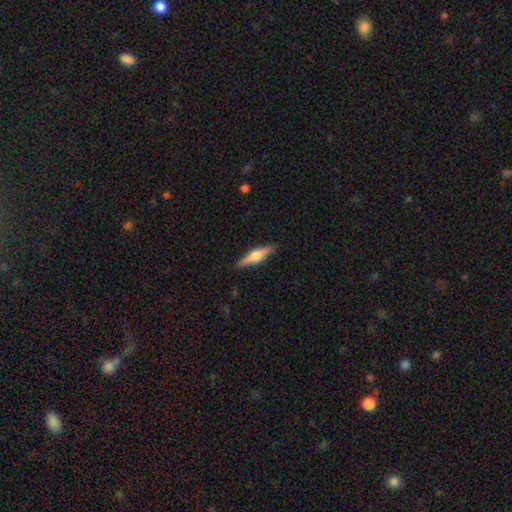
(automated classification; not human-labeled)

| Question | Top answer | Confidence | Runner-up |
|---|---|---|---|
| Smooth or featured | featured or disk | 65% | smooth (30%) |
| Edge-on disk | yes | 97% | no (3%) |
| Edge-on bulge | rounded | 92% | boxy (6%) |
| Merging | none | 89% | minor disturbance (8%) |